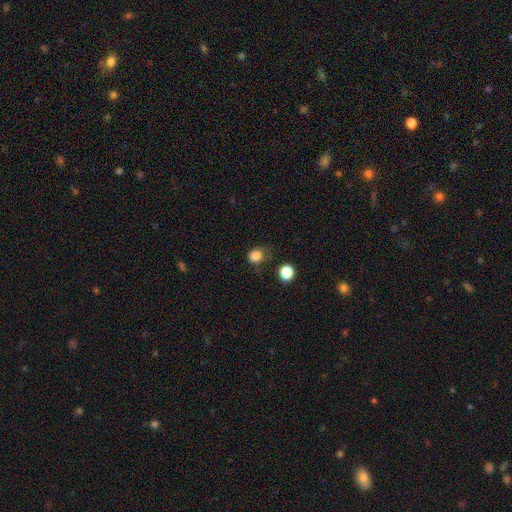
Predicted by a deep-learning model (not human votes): The model was most divided on "merging": none: 60%, minor disturbance: 25%, major disturbance: 10%, merger: 4%. More confident: smooth or featured — smooth (83%); how rounded — round (71%).